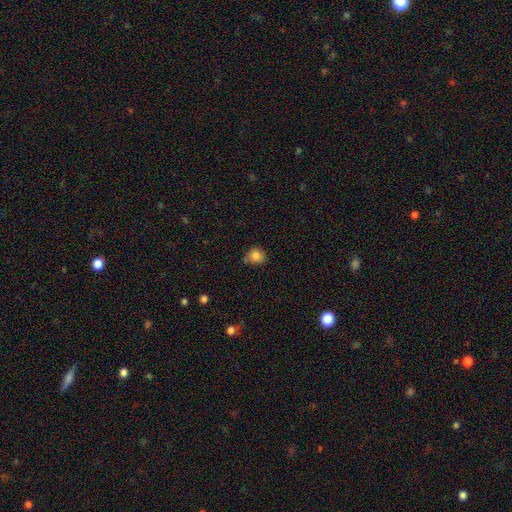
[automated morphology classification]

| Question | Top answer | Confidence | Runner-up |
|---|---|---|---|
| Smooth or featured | smooth | 84% | star or artifact (11%) |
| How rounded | round | 78% | in between (21%) |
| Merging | none | 65% | minor disturbance (27%) |